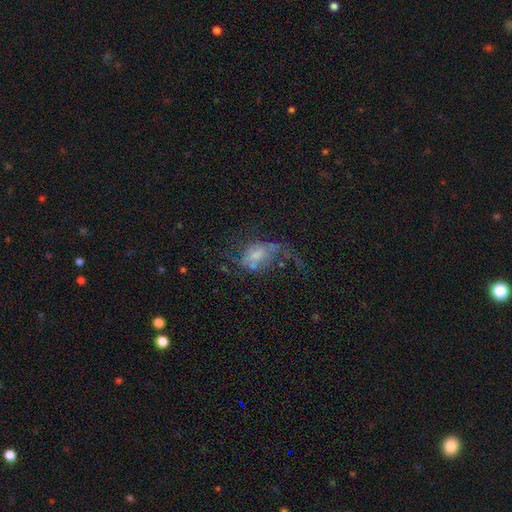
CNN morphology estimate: Smooth or featured? Predicted: featured or disk (p=0.58). Edge-on disk? Predicted: no (p=0.96). Bar? Predicted: no (p=0.68). Spiral arms? Predicted: yes (p=0.57). Bulge size? Predicted: small (p=0.37). Merging? Predicted: major disturbance (p=0.49).